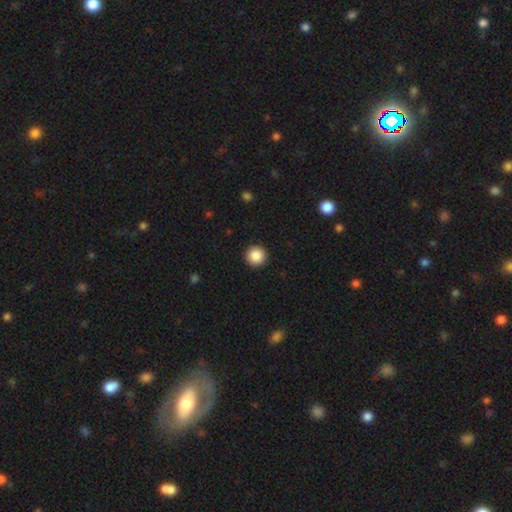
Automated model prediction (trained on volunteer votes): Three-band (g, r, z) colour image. It shows a smooth galaxy with no disk features (87%) that is round (96%). Merging: none (93%).